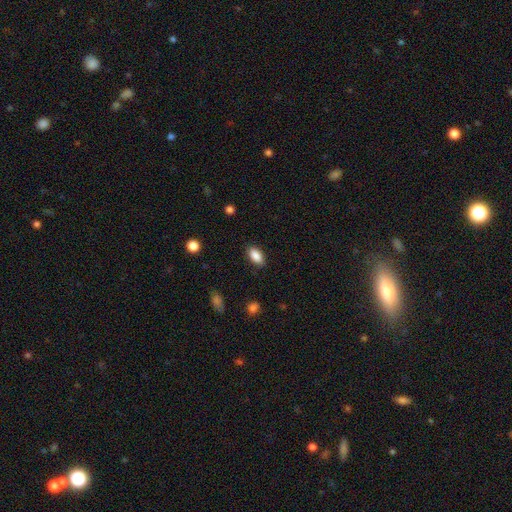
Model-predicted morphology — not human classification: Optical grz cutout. It shows a smooth galaxy with no disk features (88%) that is in between round and cigar-shaped (91%). Merging: none (87%).